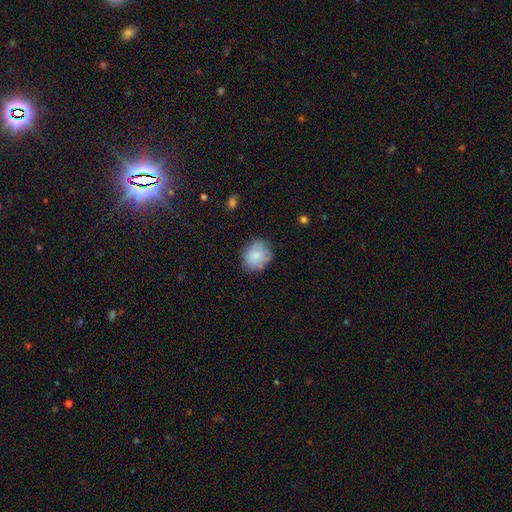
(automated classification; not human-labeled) The model was most divided on "how rounded": round: 58%, in between: 41%, cigar-shaped: 1%. More confident: smooth or featured — smooth (83%); merging — none (71%).